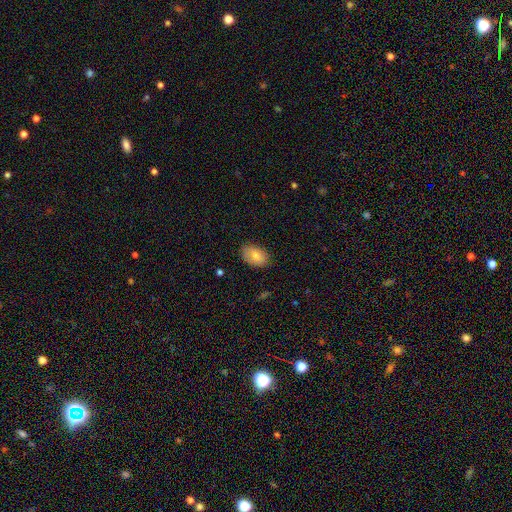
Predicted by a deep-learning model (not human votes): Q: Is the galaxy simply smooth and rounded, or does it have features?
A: smooth — 76%.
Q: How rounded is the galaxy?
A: in between — 88%.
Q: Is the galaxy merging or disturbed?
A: none — 81%.